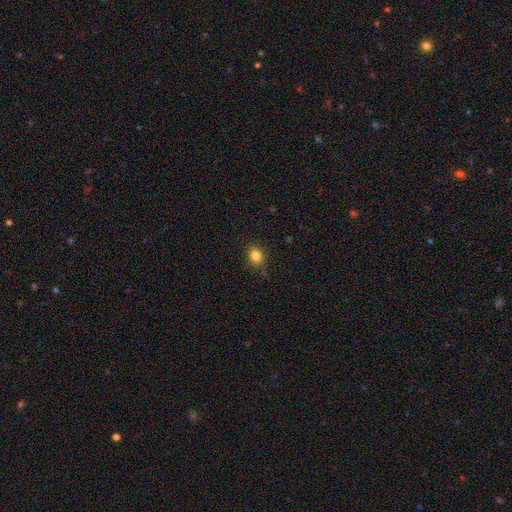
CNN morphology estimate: This appears to be a smooth galaxy with no disk features (83%) that is round (64%). Merging: none (87%).